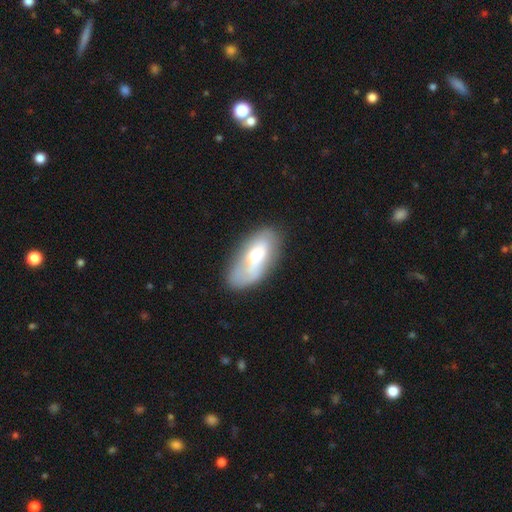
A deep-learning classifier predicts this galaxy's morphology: Smooth or featured? smooth (56%)
How rounded? in between (89%)
Merging? none (55%)